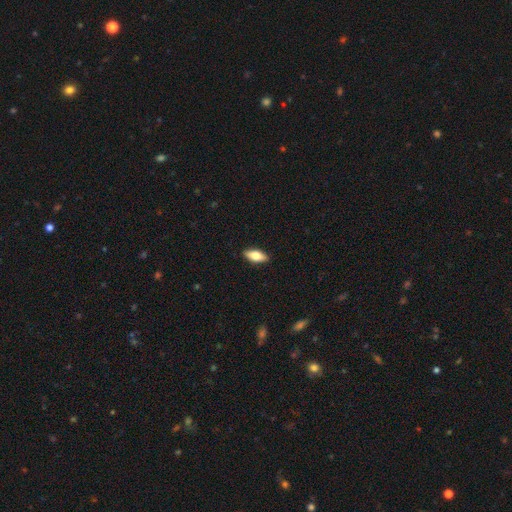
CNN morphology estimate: This appears to be a smooth galaxy with no disk features (70%) that is in between round and cigar-shaped (80%). Merging: none (89%).